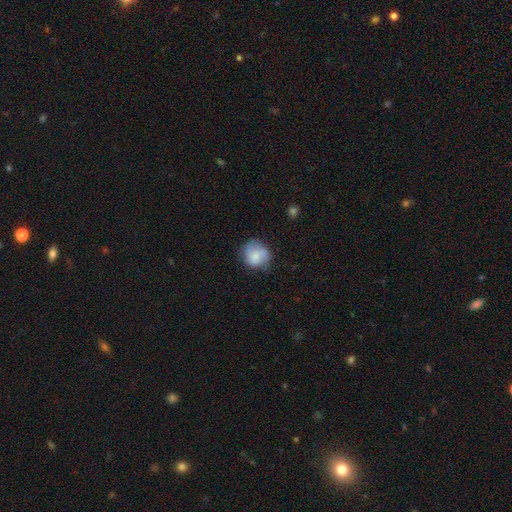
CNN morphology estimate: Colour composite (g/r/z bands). It shows a smooth galaxy with no disk features (68%) that is round (79%). Merging: none (59%).